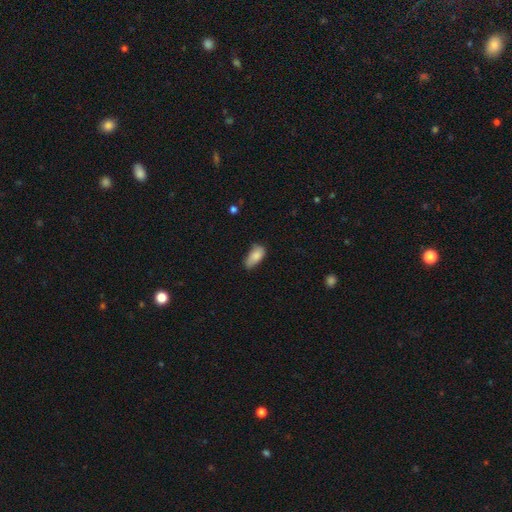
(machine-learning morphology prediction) Smooth or featured? smooth (83%)
How rounded? in between (90%)
Merging? none (48%)